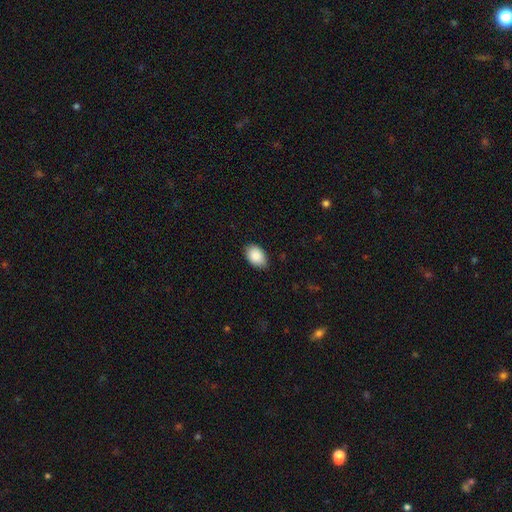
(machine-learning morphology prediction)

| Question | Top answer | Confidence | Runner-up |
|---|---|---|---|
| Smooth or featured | smooth | 89% | star or artifact (7%) |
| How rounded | in between | 86% | round (13%) |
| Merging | none | 81% | minor disturbance (16%) |